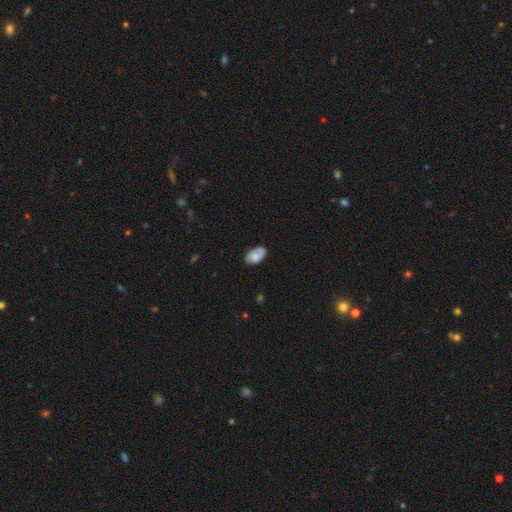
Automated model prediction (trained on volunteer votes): This is possibly a smooth galaxy (60%). How rounded: clearly in between (92%). Merging: likely none (70%).